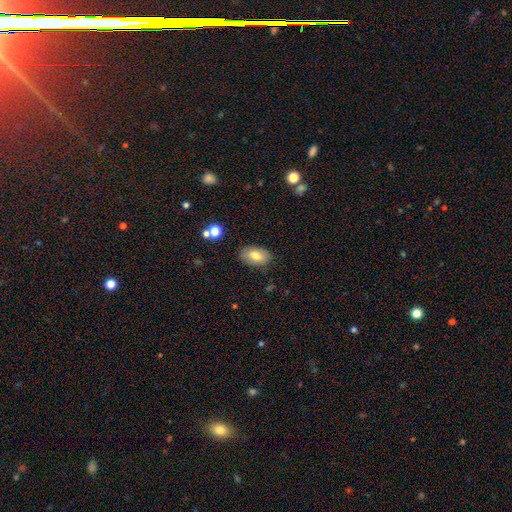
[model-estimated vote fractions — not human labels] Smooth or featured? smooth (75%)
How rounded? in between (91%)
Merging? none (83%)